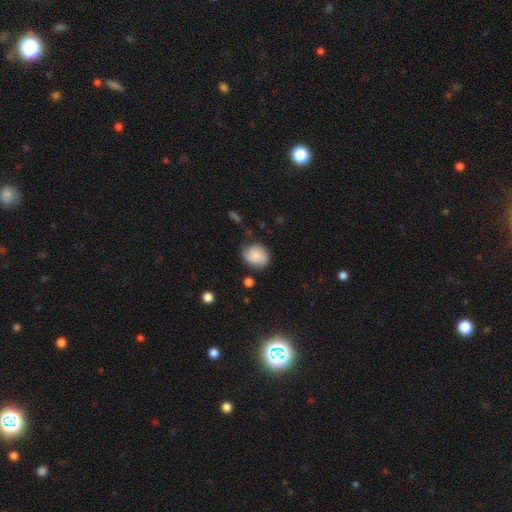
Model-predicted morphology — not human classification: Smooth or featured: smooth — 64% (featured or disk — 28%)
How rounded: round — 64% (in between — 35%)
Merging: none — 66% (minor disturbance — 24%)